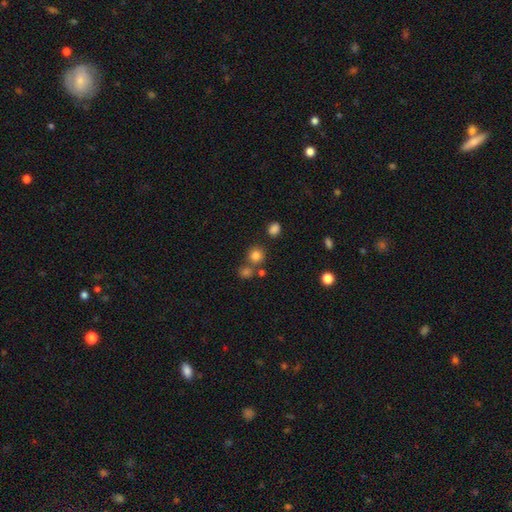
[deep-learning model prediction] A smooth galaxy with no disk features (79%) that is round (90%). Merging: none (69%).